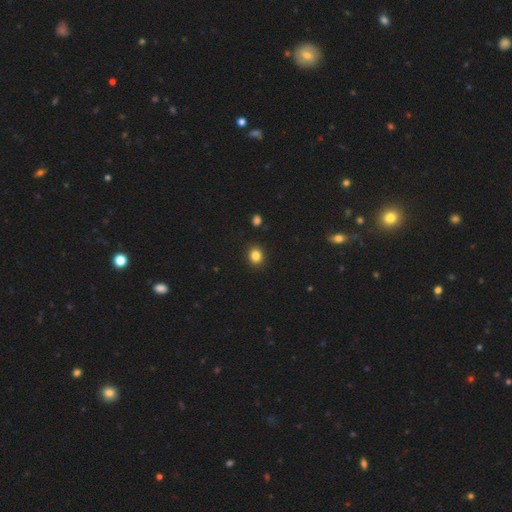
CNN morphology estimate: A smooth galaxy with no disk features (84%) that is round (70%). Merging: none (91%).